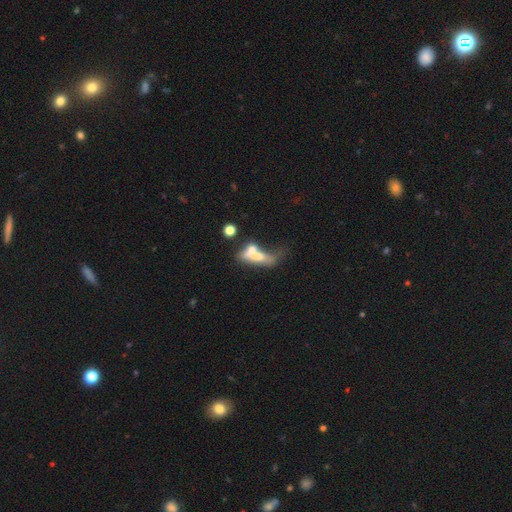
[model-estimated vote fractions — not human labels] Smooth or featured? Predicted: smooth (p=0.47). Merging? Predicted: merger (p=0.47).